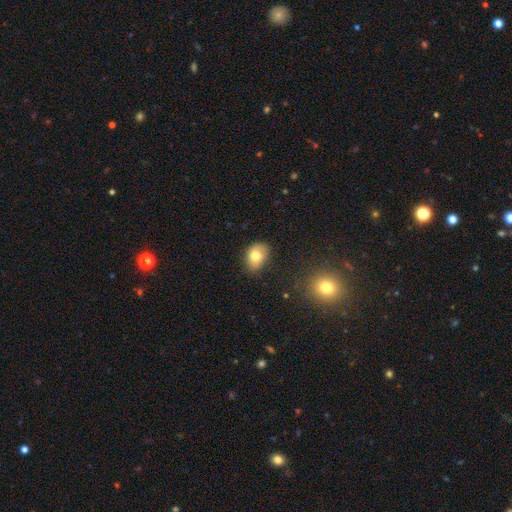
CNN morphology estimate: smooth-or-featured: smooth: 79% | featured or disk: 12% | star or artifact: 9%
  how-rounded: in between: 71% | round: 28% | cigar-shaped: 1%
  merging: none: 74% | minor disturbance: 20% | major disturbance: 4% | merger: 2%